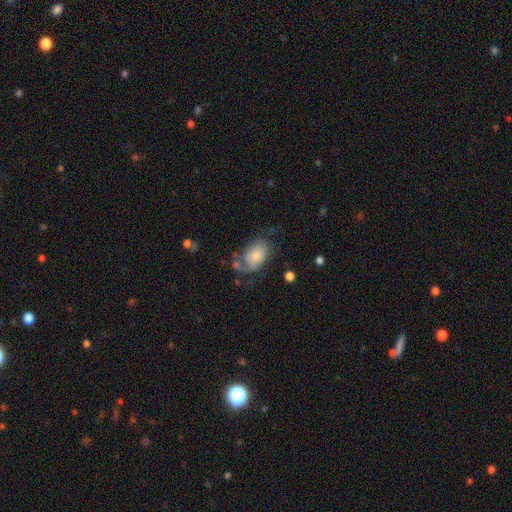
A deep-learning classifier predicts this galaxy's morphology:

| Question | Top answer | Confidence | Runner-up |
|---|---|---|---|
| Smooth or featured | smooth | 50% | featured or disk (42%) |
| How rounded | in between | 86% | round (13%) |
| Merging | none | 39% | major disturbance (28%) |